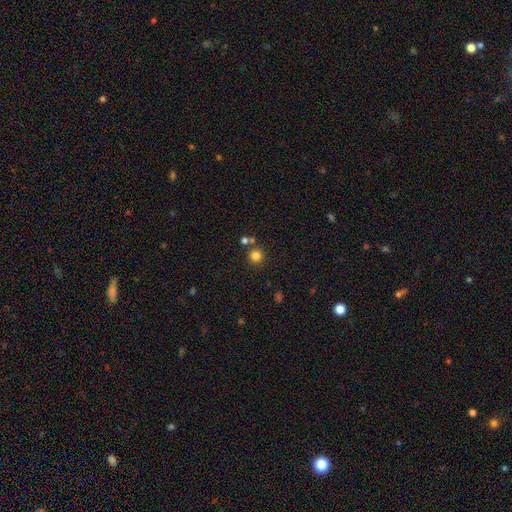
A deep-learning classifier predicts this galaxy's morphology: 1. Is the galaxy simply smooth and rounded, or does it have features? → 80% smooth, 14% star or artifact, 6% featured or disk.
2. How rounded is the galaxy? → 94% round, 5% in between, 1% cigar-shaped.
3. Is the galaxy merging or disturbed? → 78% none, 13% merger, 7% minor disturbance, 3% major disturbance.